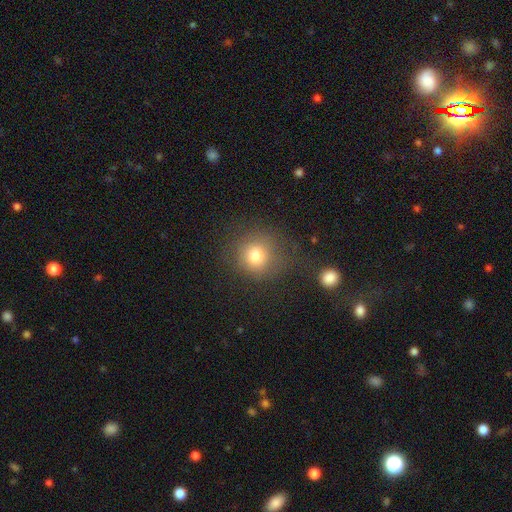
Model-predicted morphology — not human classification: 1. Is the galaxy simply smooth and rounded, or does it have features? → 76% smooth, 14% star or artifact, 9% featured or disk.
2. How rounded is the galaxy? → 89% round, 10% in between, 1% cigar-shaped.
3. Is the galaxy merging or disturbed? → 73% none, 14% minor disturbance, 10% major disturbance, 3% merger.